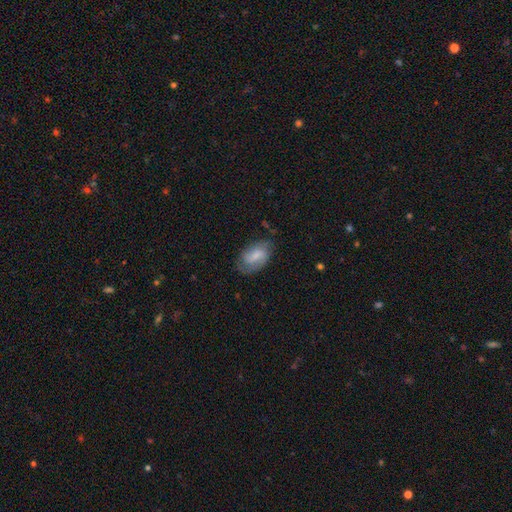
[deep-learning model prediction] Smooth or featured? smooth (53%)
How rounded? in between (90%)
Merging? none (63%)